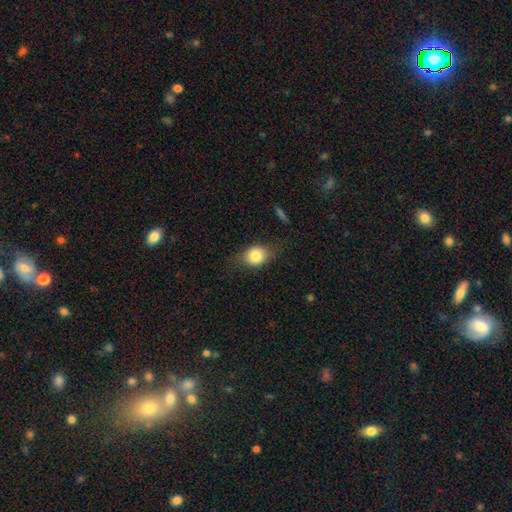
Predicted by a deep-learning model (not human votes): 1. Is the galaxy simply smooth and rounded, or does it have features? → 76% smooth, 15% featured or disk, 9% star or artifact.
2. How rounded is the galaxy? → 57% round, 41% in between, 2% cigar-shaped.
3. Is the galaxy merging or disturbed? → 67% none, 23% minor disturbance, 8% major disturbance, 2% merger.